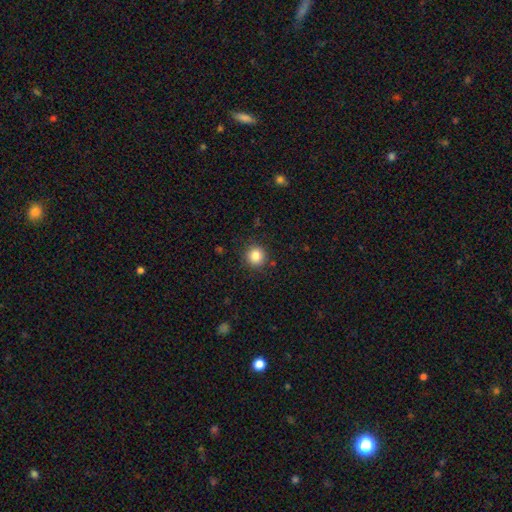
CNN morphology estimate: This is clearly a smooth galaxy (84%). How rounded: clearly round (93%). Merging: clearly none (89%).